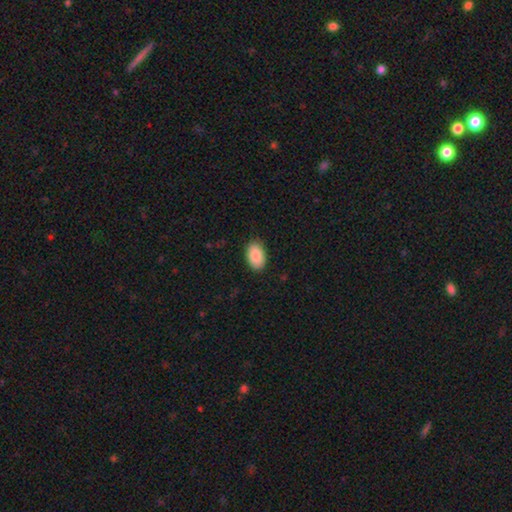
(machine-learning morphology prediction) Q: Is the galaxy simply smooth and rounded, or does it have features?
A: smooth — 88%.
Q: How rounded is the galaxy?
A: in between — 93%.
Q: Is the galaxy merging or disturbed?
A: none — 88%.